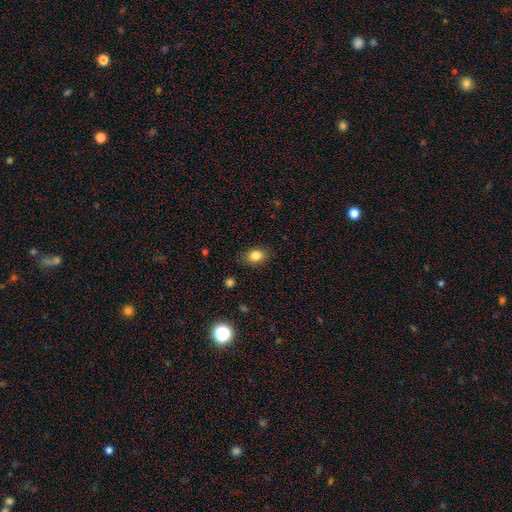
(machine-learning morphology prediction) A smooth galaxy with no disk features (84%) that is in between round and cigar-shaped (63%). Merging: none (85%).